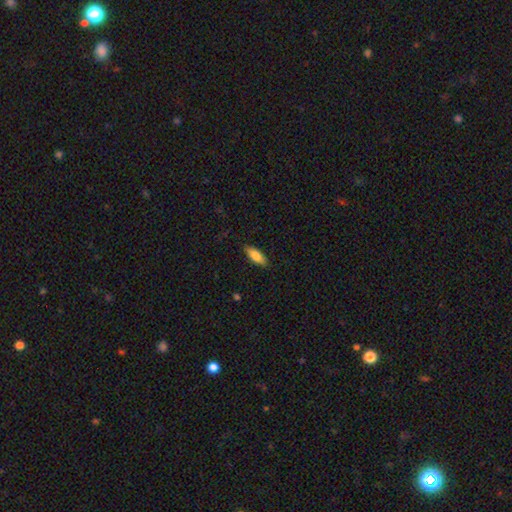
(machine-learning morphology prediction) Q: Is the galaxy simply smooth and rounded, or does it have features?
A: smooth — 82%.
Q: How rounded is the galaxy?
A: in between — 75%.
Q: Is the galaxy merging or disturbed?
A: none — 87%.